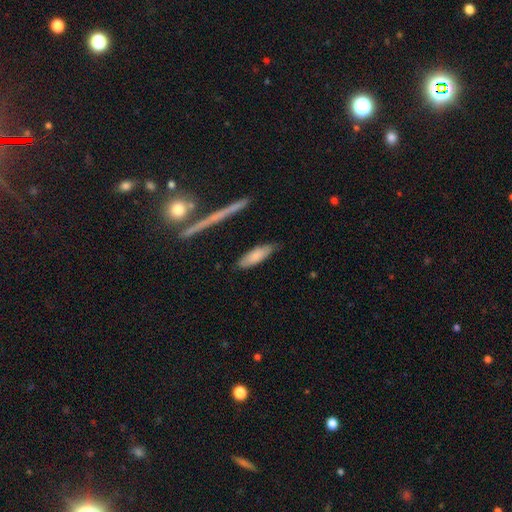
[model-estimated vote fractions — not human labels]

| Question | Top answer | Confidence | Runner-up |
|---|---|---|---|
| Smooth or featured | smooth | 79% | featured or disk (15%) |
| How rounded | in between | 56% | cigar-shaped (43%) |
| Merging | none | 77% | minor disturbance (17%) |